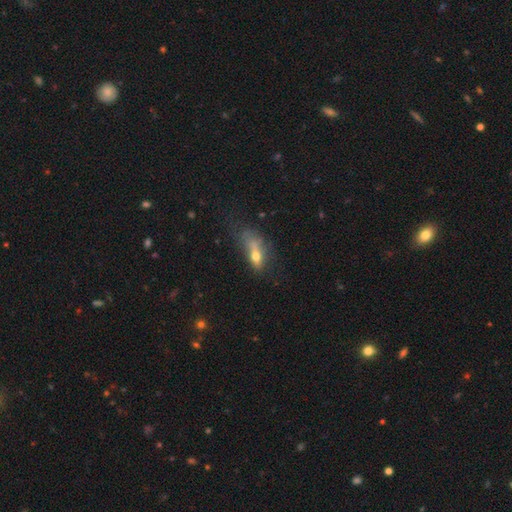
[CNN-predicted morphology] Smooth or featured?
  - smooth: 51% *
  - featured or disk: 33%
  - star or artifact: 16%
How rounded?
  - in between: 58% *
  - cigar-shaped: 33%
  - round: 9%
Merging?
  - major disturbance: 34% *
  - none: 28%
  - minor disturbance: 24%
  - merger: 14%